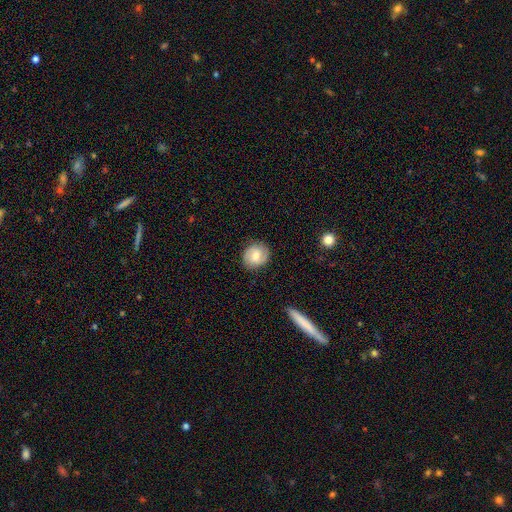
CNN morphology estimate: This appears to be a smooth galaxy with no disk features (50%). Merging: none (84%).